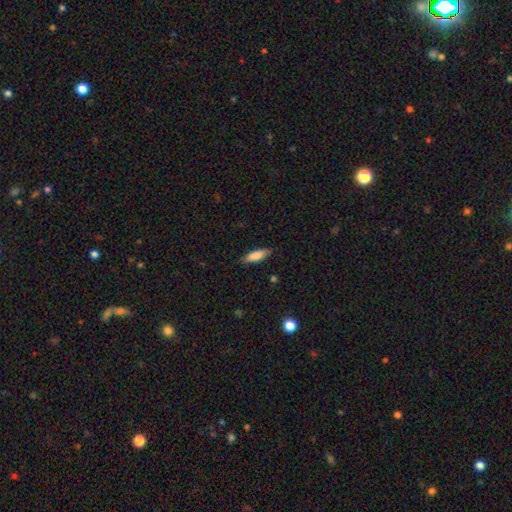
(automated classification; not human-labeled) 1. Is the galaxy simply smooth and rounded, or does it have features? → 84% smooth, 10% featured or disk, 6% star or artifact.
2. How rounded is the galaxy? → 52% in between, 46% cigar-shaped, 2% round.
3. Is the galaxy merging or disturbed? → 84% none, 12% minor disturbance, 2% major disturbance, 1% merger.